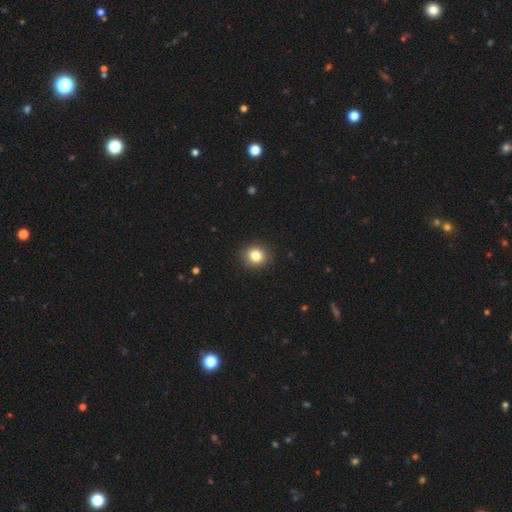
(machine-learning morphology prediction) A smooth galaxy with no disk features (83%) that is round (85%).

Vote fractions:
- Smooth or featured? smooth: 83% / star or artifact: 11% / featured or disk: 6%
- How rounded? round: 85% / in between: 14% / cigar-shaped: 1%
- Merging? none: 91% / minor disturbance: 6% / major disturbance: 2% / merger: 1%